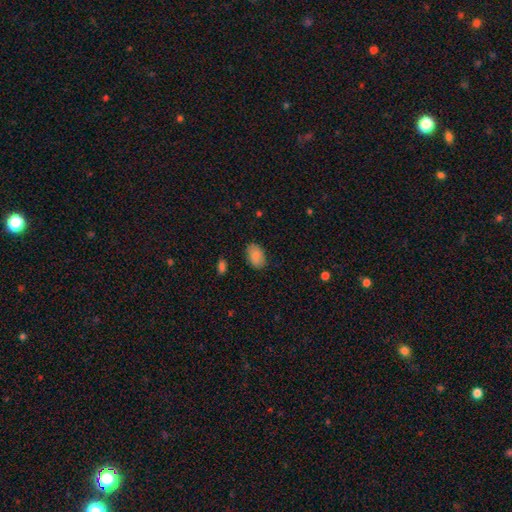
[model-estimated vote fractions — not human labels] smooth-or-featured: smooth: 87% | star or artifact: 7% | featured or disk: 6%
  how-rounded: in between: 88% | round: 11% | cigar-shaped: 1%
  merging: none: 84% | minor disturbance: 12% | major disturbance: 3% | merger: 1%